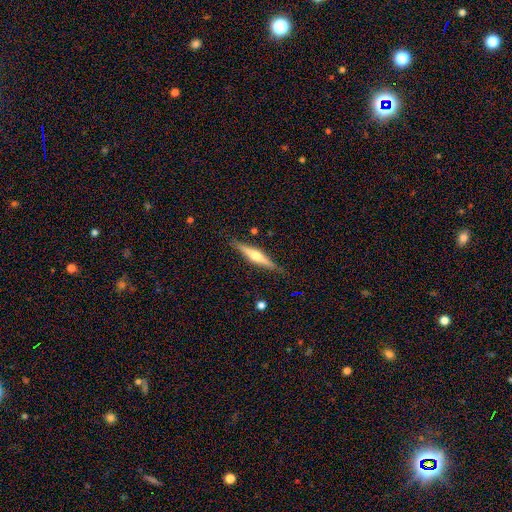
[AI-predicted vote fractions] featured or disk 67%, smooth 27%, star or artifact 6%. Down the decision tree: edge-on disk — yes (97%); edge-on bulge — rounded (88%); merging — none (87%).